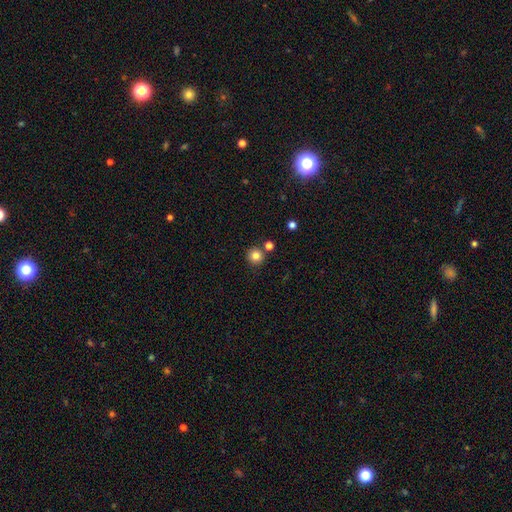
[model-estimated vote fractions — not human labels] Smooth or featured? Predicted: smooth (p=0.82). How rounded? Predicted: round (p=0.95). Merging? Predicted: none (p=0.83).